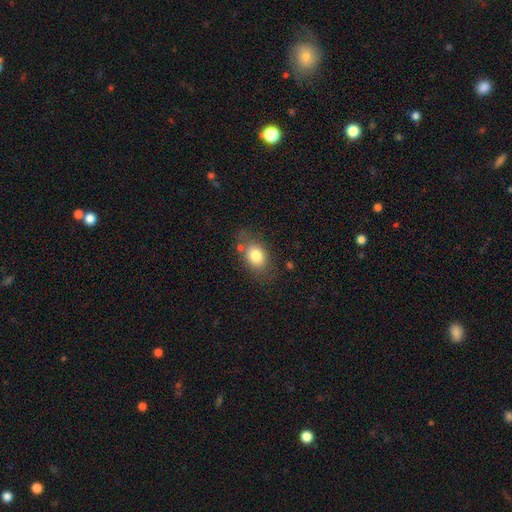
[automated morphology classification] Overall: smooth (78%). How rounded: in between (68%; round 30%). Merging: none (69%).